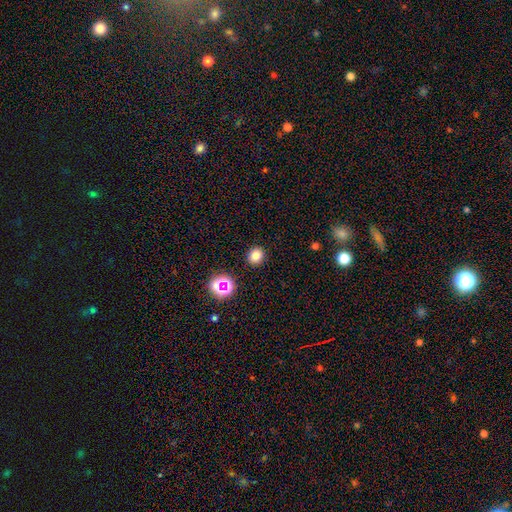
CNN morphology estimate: The model was most divided on "smooth or featured": smooth: 78%, star or artifact: 16%, featured or disk: 6%. More confident: merging — none (90%); how rounded — round (80%).